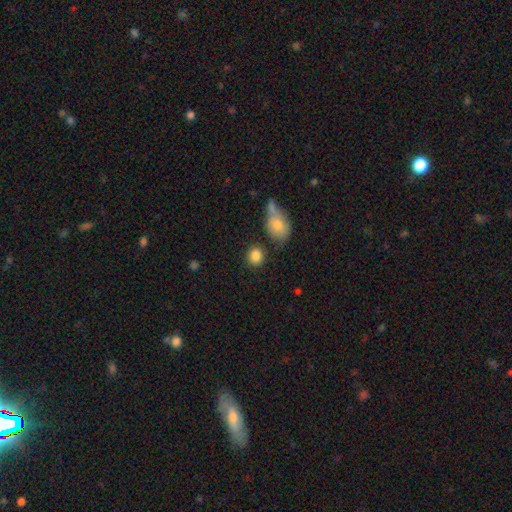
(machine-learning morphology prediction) Smooth or featured?
  - smooth: 85% *
  - star or artifact: 9%
  - featured or disk: 6%
How rounded?
  - round: 78% *
  - in between: 20%
  - cigar-shaped: 1%
Merging?
  - none: 79% *
  - minor disturbance: 10%
  - merger: 7%
  - major disturbance: 3%